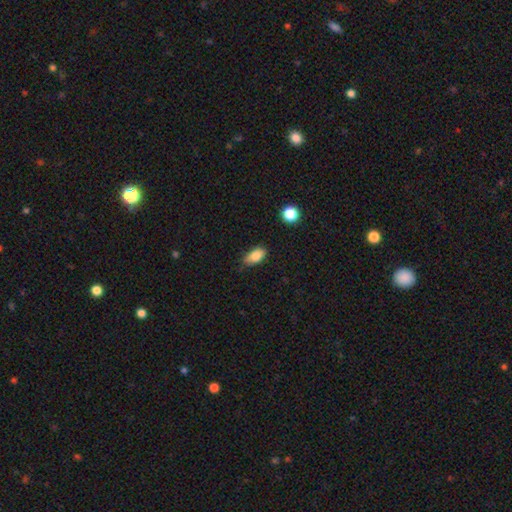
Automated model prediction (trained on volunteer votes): Morphology: type=smooth (83%); roundness=in between (89%); merging=none (75%).